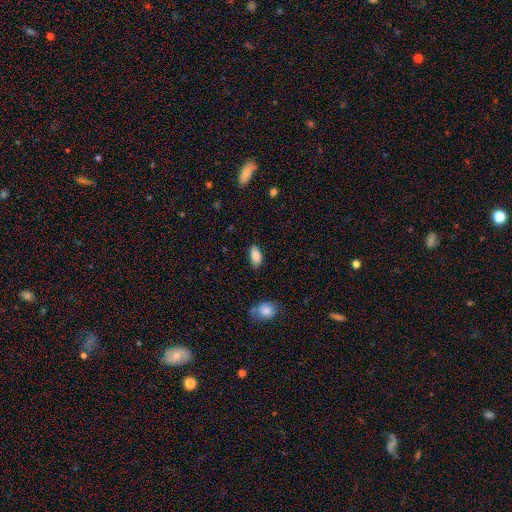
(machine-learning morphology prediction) Smooth or featured? smooth (86%)
How rounded? in between (91%)
Merging? none (79%)